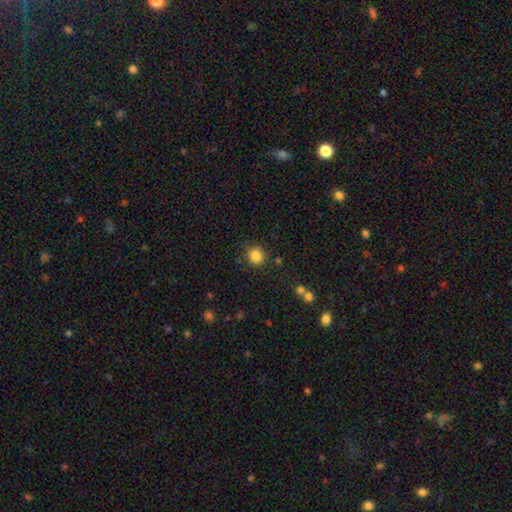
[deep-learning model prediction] Q: Smooth or featured?
A: smooth (85%); runner-up: star or artifact (11%)
Q: How rounded?
A: round (88%); runner-up: in between (11%)
Q: Merging?
A: none (86%); runner-up: minor disturbance (8%)